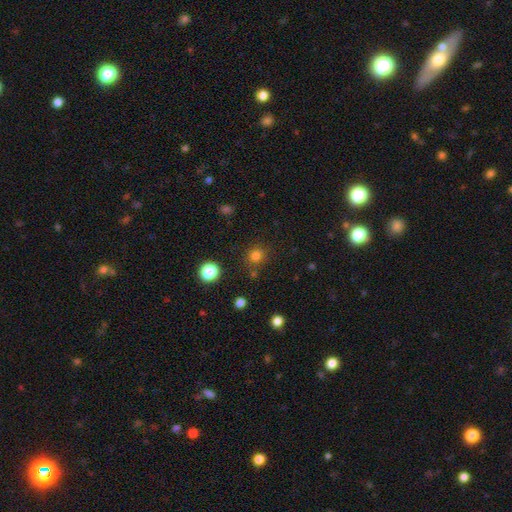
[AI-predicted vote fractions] smooth-or-featured: smooth: 79% | star or artifact: 17% | featured or disk: 5%
  how-rounded: round: 90% | in between: 9% | cigar-shaped: 1%
  merging: none: 81% | minor disturbance: 9% | merger: 6% | major disturbance: 3%